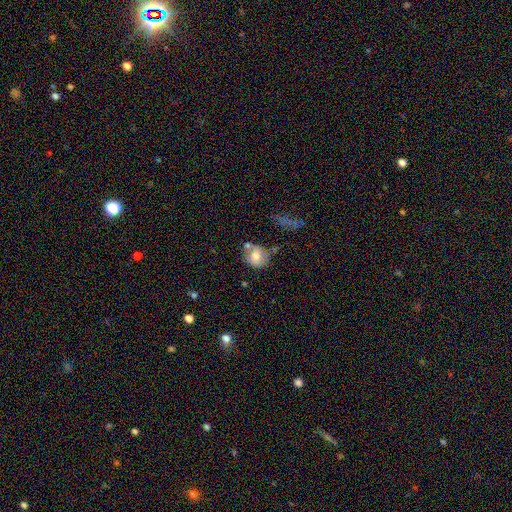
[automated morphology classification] A smooth galaxy with no disk features (67%) that is round (72%). Merging: none (52%).